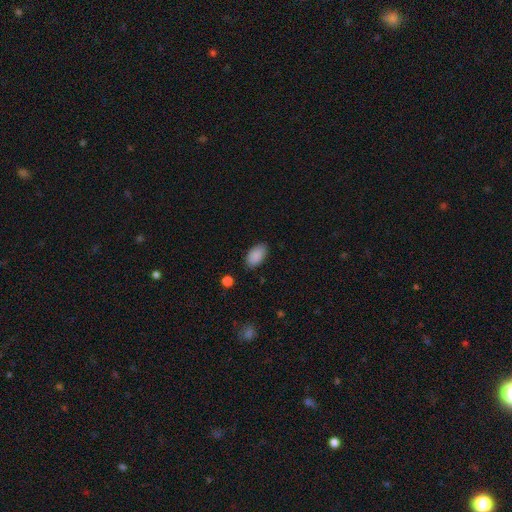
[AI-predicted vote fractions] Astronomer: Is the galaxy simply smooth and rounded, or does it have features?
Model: smooth — 89%.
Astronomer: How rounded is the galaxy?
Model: in between — 94%.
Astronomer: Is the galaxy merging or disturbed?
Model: none — 85%.